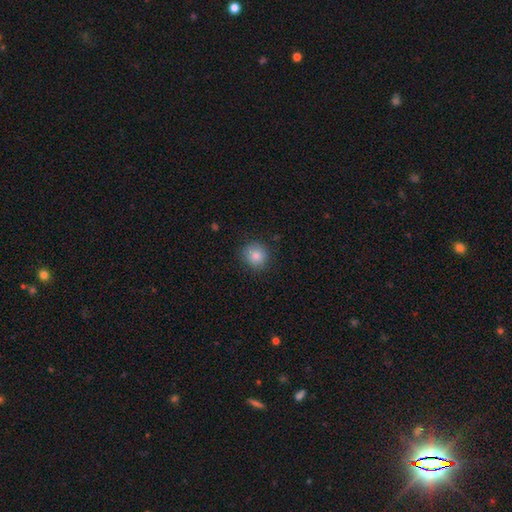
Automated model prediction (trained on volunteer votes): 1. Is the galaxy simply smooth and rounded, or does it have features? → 84% smooth, 10% star or artifact, 6% featured or disk.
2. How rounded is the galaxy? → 89% round, 10% in between, 1% cigar-shaped.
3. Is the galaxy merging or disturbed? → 86% none, 10% minor disturbance, 3% major disturbance, 1% merger.